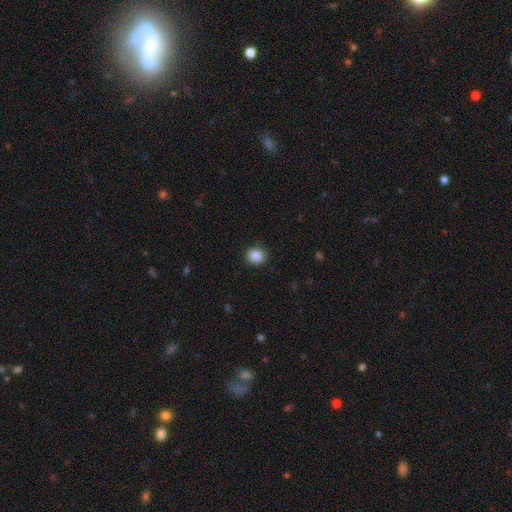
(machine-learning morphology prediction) Smooth or featured: smooth — 88% (star or artifact — 9%)
How rounded: round — 77% (in between — 22%)
Merging: none — 89% (minor disturbance — 8%)